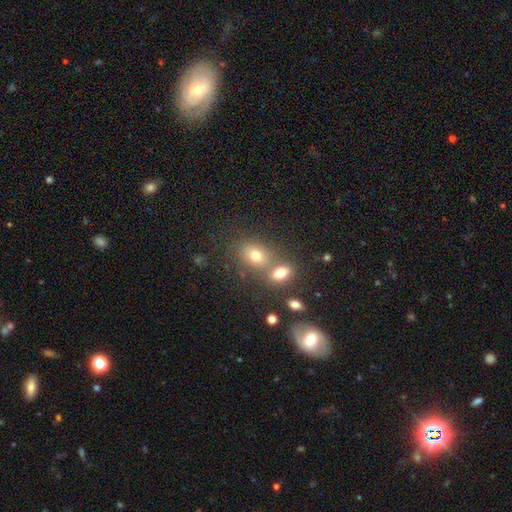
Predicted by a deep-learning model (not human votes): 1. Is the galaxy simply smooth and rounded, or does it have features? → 73% smooth, 14% star or artifact, 12% featured or disk.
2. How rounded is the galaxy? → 65% in between, 34% round, 2% cigar-shaped.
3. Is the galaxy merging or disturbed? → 51% none, 34% merger, 10% minor disturbance, 4% major disturbance.